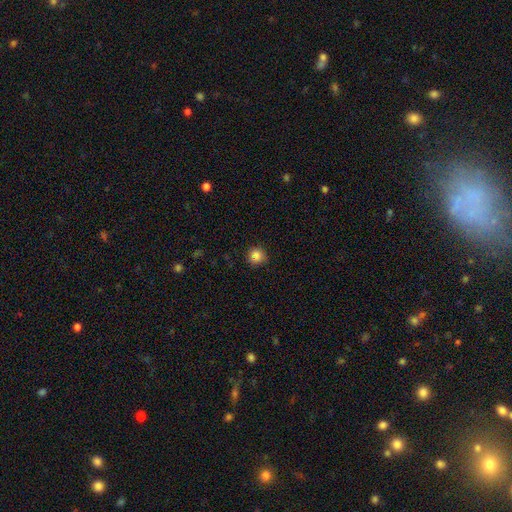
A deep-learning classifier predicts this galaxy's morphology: A smooth galaxy with no disk features (84%) that is round (93%). Merging: none (84%).